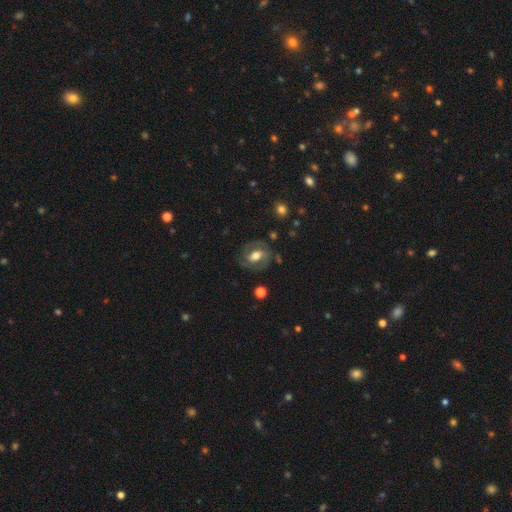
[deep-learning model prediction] This is possibly a featured or disk galaxy (58%). It is clearly not viewed edge-on (94%). Bar: marginally no (39%). Spiral arm pattern: likely yes (64%). Central bulge: likely moderate (62%). Merging: likely none (71%).